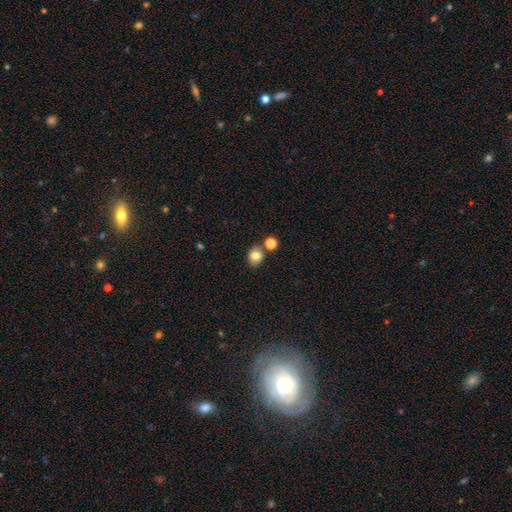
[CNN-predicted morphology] A smooth galaxy with no disk features (80%) that is round (65%). Merging: none (73%).